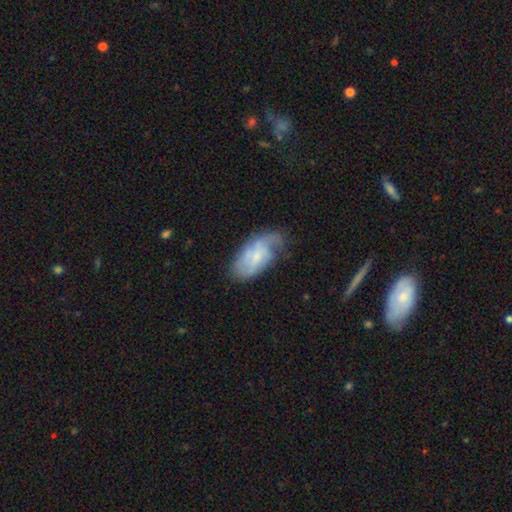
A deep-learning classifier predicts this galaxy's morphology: A featured or disk galaxy (61%) with no bar (62%), spiral arms (85%) and a small central bulge (59%). Merging: none (51%).